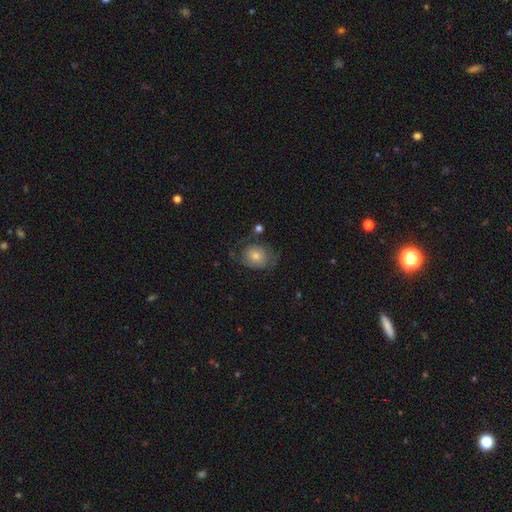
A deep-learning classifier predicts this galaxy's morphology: A smooth galaxy with no disk features (49%).

Vote fractions:
- Smooth or featured? smooth: 49% / featured or disk: 40% / star or artifact: 11%
- Merging? none: 60% / minor disturbance: 23% / major disturbance: 15% / merger: 3%